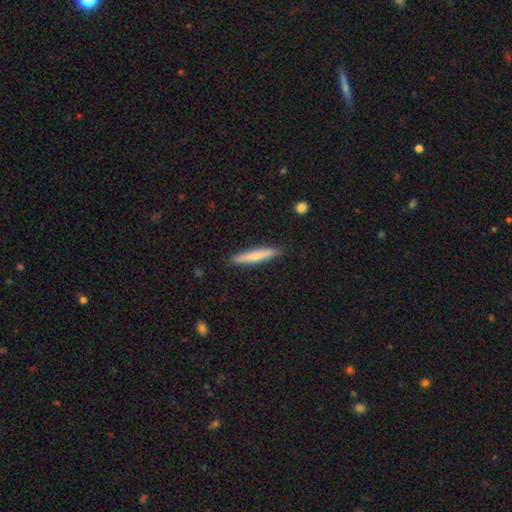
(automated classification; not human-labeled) smooth_or_featured: smooth (p=0.72) [alt: featured or disk p=0.23]
how_rounded: cigar-shaped (p=0.93) [alt: in between p=0.06]
merging: none (p=0.89) [alt: minor disturbance p=0.08]